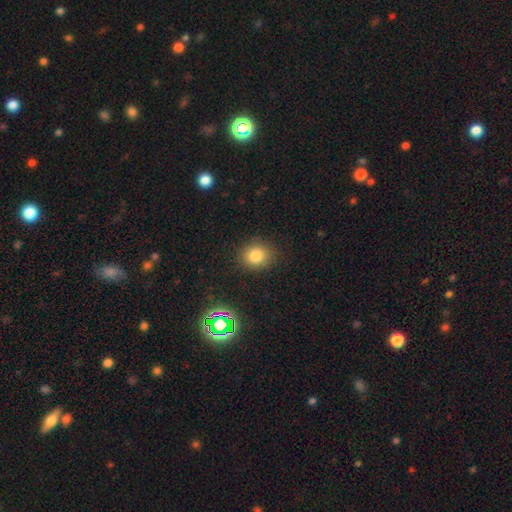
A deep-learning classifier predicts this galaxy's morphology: This appears to be a smooth galaxy with no disk features (79%) that is round (73%). Merging: none (87%).